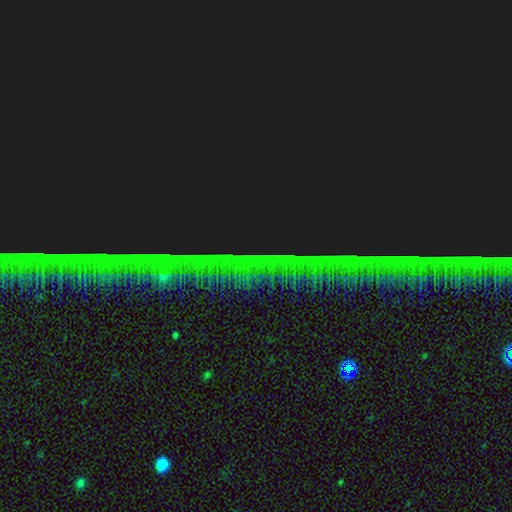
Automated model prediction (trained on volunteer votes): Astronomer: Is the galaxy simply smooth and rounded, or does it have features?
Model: star or artifact — 85%.